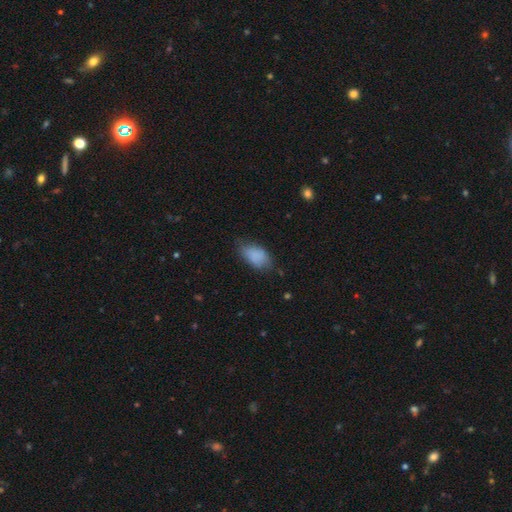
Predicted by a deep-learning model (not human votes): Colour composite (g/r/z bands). It shows a smooth galaxy with no disk features (83%) that is in between round and cigar-shaped (91%). Merging: none (57%).